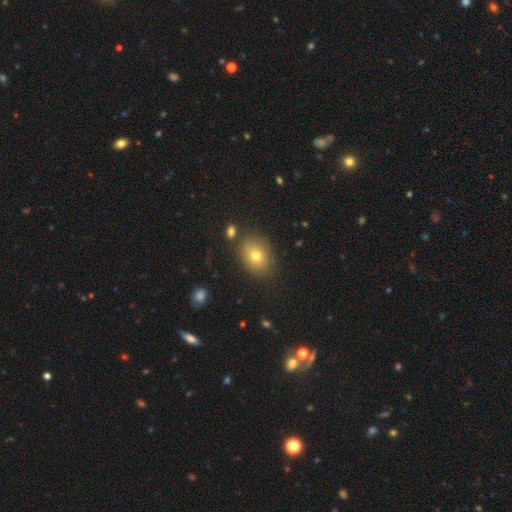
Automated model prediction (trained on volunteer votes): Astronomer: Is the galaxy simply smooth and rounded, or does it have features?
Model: smooth — 73%.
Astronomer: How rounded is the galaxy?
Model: in between — 62% (runner-up: round, 37%).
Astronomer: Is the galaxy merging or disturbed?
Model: none — 80%.